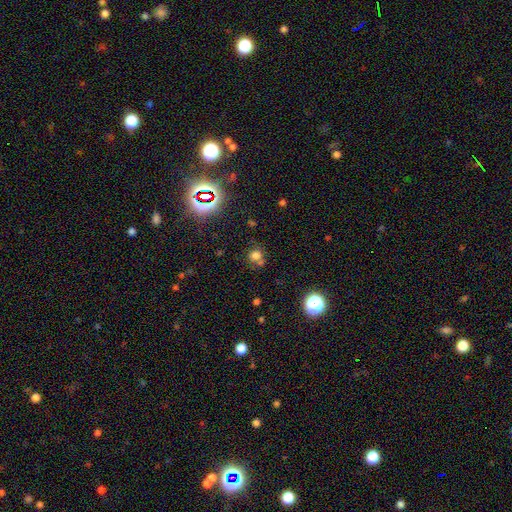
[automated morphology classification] Smooth or featured?
  - smooth: 67% *
  - star or artifact: 24%
  - featured or disk: 8%
How rounded?
  - round: 85% *
  - in between: 14%
  - cigar-shaped: 1%
Merging?
  - none: 61% *
  - merger: 22%
  - minor disturbance: 11%
  - major disturbance: 5%